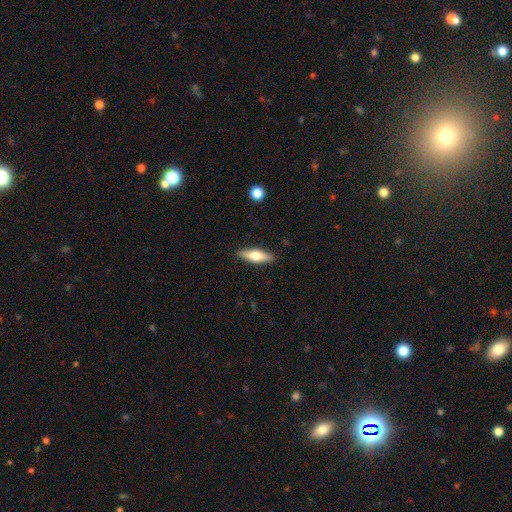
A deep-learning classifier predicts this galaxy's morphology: This appears to be a smooth galaxy with no disk features (55%) that is in between round and cigar-shaped (51%). Merging: none (89%).